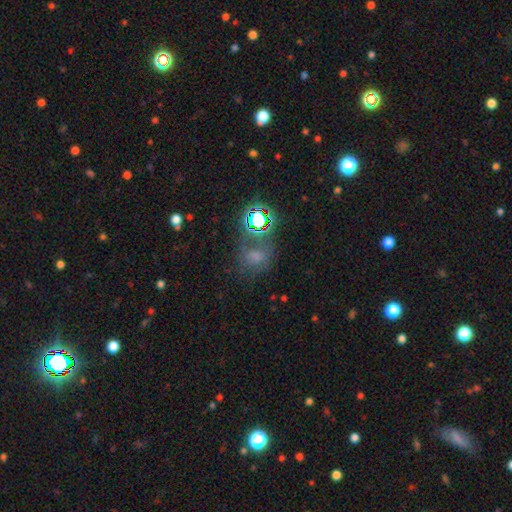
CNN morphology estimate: Smooth or featured?
  - smooth: 50% *
  - star or artifact: 34%
  - featured or disk: 16%
Merging?
  - none: 52% *
  - minor disturbance: 20%
  - major disturbance: 16%
  - merger: 11%